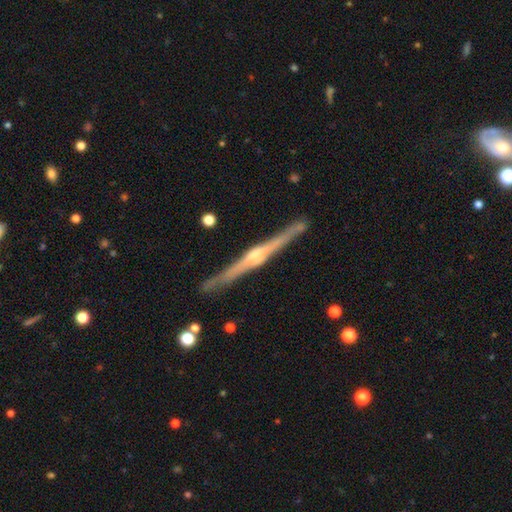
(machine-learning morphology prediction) Smooth or featured? Predicted: featured or disk (p=0.87). Edge-on disk? Predicted: yes (p=0.99). Edge-on bulge? Predicted: rounded (p=0.82). Merging? Predicted: none (p=0.90).